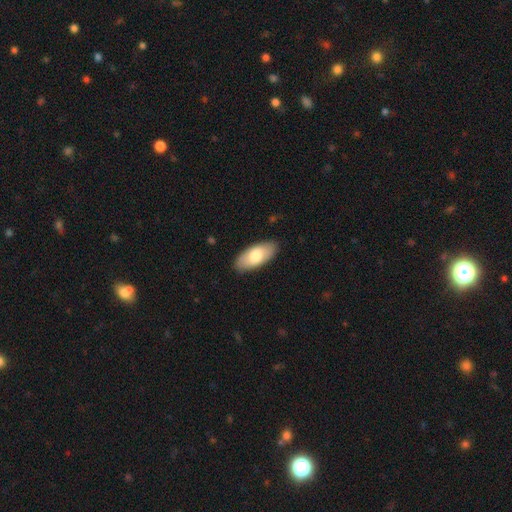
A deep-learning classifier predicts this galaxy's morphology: Smooth or featured?
  - smooth: 76% *
  - featured or disk: 19%
  - star or artifact: 5%
How rounded?
  - in between: 88% *
  - cigar-shaped: 9%
  - round: 2%
Merging?
  - none: 87% *
  - minor disturbance: 10%
  - major disturbance: 2%
  - merger: 1%